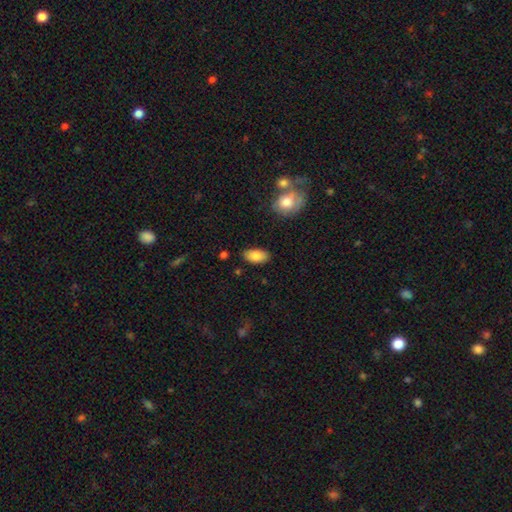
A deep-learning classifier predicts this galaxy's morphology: type=smooth (84%); roundness=in between (93%); merging=none (85%).